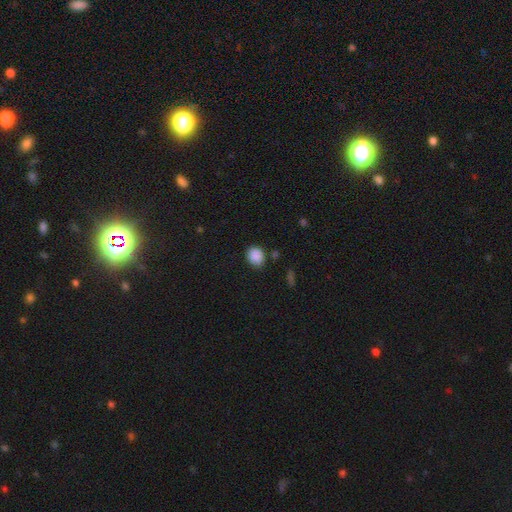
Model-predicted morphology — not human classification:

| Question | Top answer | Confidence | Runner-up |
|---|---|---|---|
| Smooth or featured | smooth | 88% | star or artifact (9%) |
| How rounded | round | 63% | in between (36%) |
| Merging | none | 81% | minor disturbance (12%) |